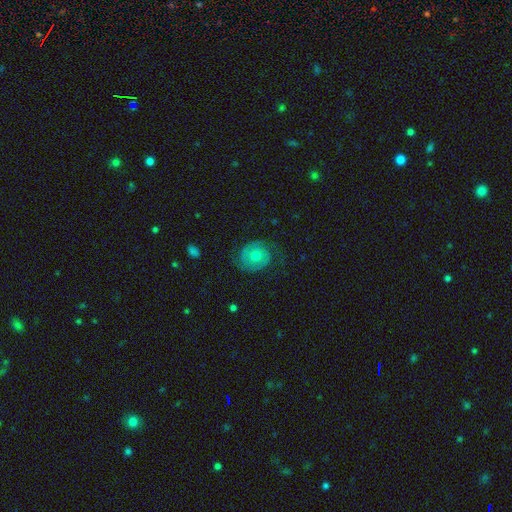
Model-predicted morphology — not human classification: The model was most divided on "spiral winding": tight: 48%, medium: 37%, loose: 15%. More confident: edge-on disk — no (97%); spiral arms — yes (89%); spiral arm count — 2 (81%); bar — no (77%); merging — none (71%); smooth or featured — featured or disk (67%); bulge size — moderate (64%).